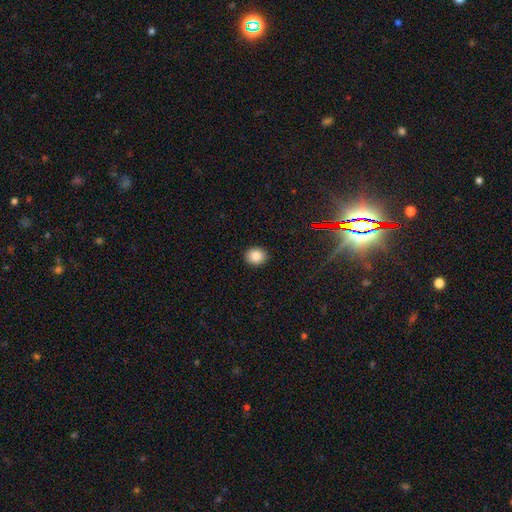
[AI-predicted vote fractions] The model was most divided on "how rounded": round: 69%, in between: 30%, cigar-shaped: 1%. More confident: merging — none (92%); smooth or featured — smooth (84%).